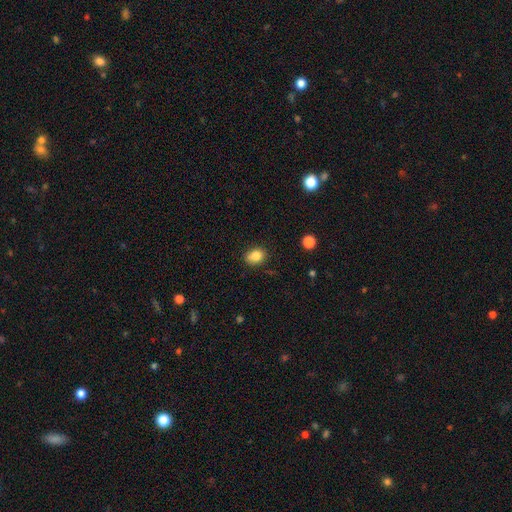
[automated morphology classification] smooth_or_featured: smooth (p=0.83) [alt: star or artifact p=0.10]
how_rounded: in between (p=0.57) [alt: round p=0.42]
merging: none (p=0.79) [alt: minor disturbance p=0.16]